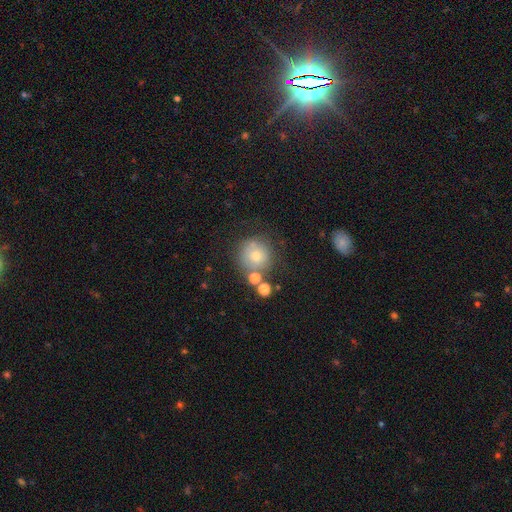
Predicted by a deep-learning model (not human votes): smooth 69%, featured or disk 19%, star or artifact 13%. Down the decision tree: how rounded — round (93%); merging — none (64%).